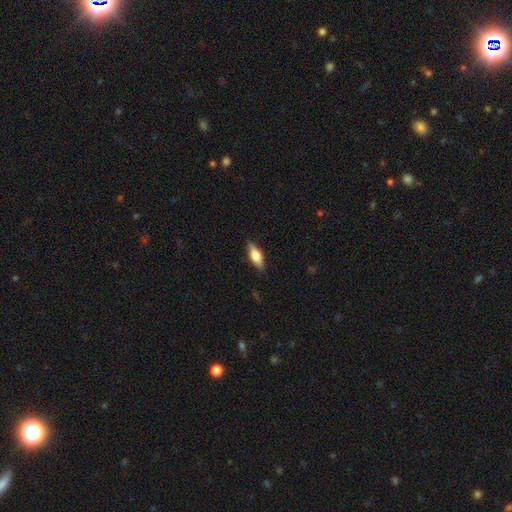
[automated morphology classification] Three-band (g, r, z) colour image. It shows a smooth galaxy with no disk features (67%) that is in between round and cigar-shaped (60%). Merging: none (87%).